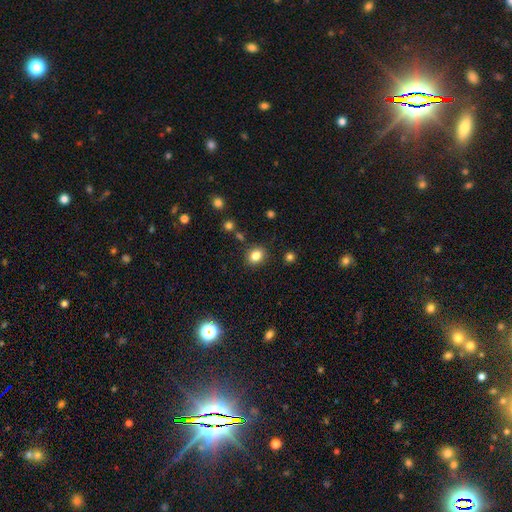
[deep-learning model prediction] Smooth or featured? smooth (82%)
How rounded? round (65%)
Merging? none (87%)